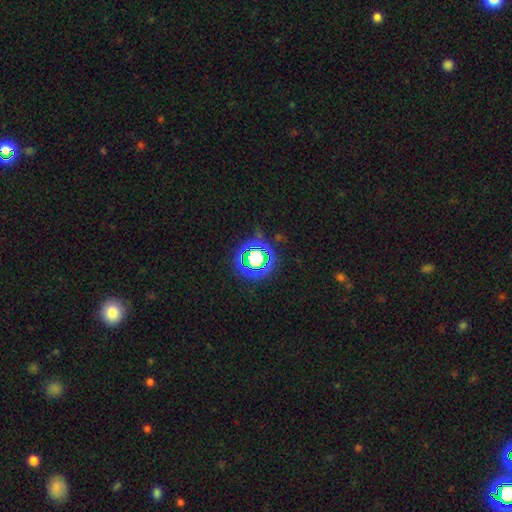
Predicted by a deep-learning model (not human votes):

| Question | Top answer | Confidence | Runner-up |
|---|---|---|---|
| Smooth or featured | star or artifact | 61% | smooth (27%) |